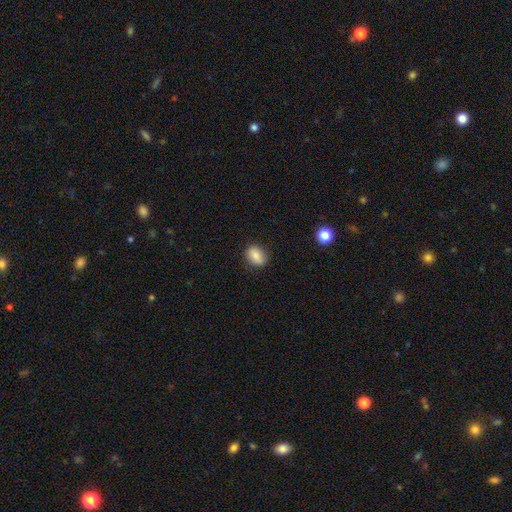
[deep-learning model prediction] smooth 85%, star or artifact 8%, featured or disk 7%. Down the decision tree: how rounded — in between (69%); merging — none (84%).